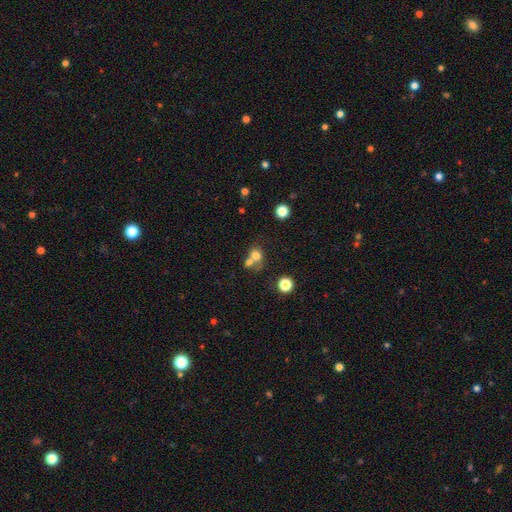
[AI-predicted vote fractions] This is likely a smooth galaxy (71%). How rounded: likely round (67%). Merging: possibly merger (55%).